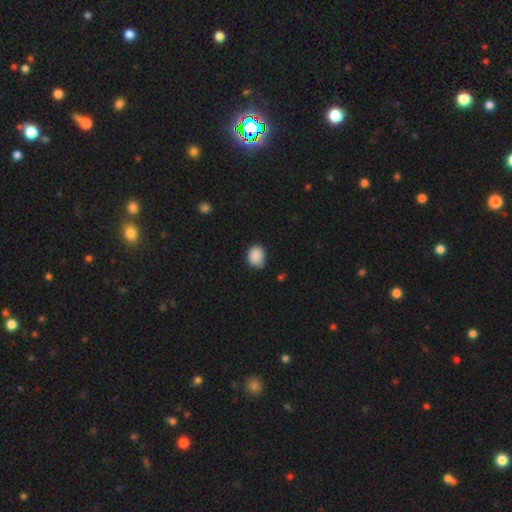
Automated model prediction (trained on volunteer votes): The model was most divided on "how rounded": in between: 52%, round: 48%, cigar-shaped: 1%. More confident: smooth or featured — smooth (88%); merging — none (69%).